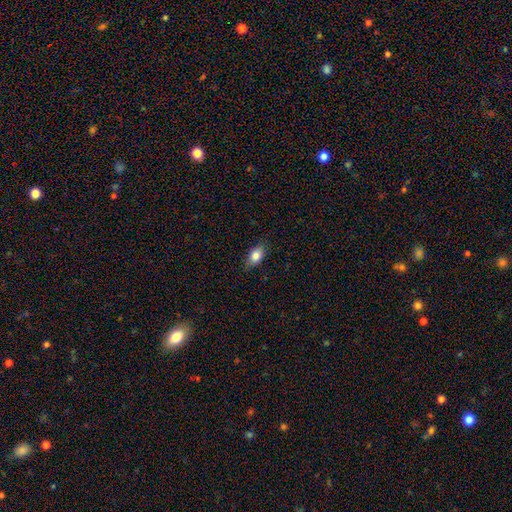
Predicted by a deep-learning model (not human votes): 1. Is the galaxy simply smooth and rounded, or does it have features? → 84% smooth, 9% featured or disk, 8% star or artifact.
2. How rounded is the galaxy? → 86% in between, 10% round, 4% cigar-shaped.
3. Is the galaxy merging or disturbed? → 82% none, 14% minor disturbance, 3% major disturbance, 1% merger.